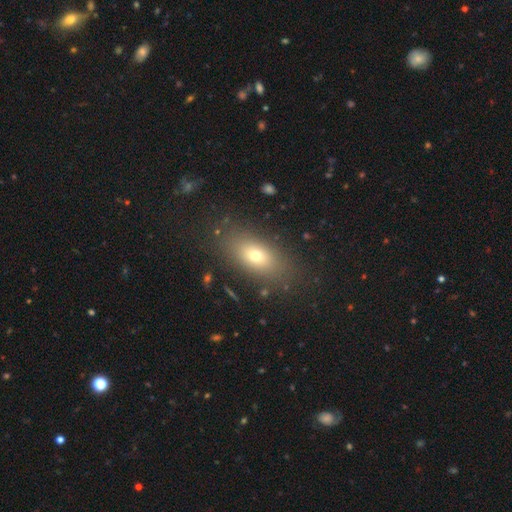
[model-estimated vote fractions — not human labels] A smooth galaxy with no disk features (68%) that is in between round and cigar-shaped (79%). Merging: none (82%).